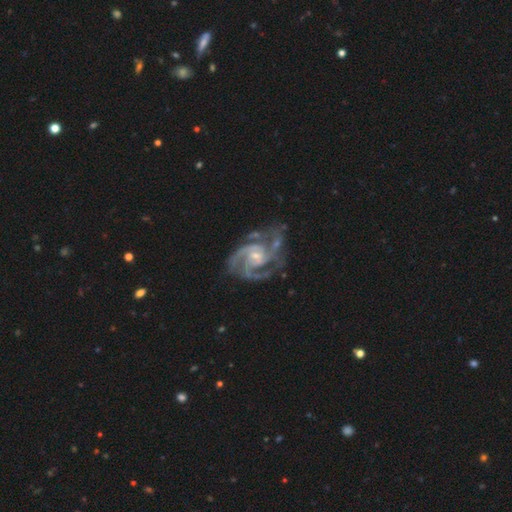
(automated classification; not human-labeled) Smooth or featured? featured or disk (92%)
Edge-on disk? no (98%)
Bar? no (54%)
Spiral arms? yes (98%)
Spiral winding? medium (48%)
Spiral arm count? 3 (43%)
Bulge size? small (62%)
Merging? none (55%)